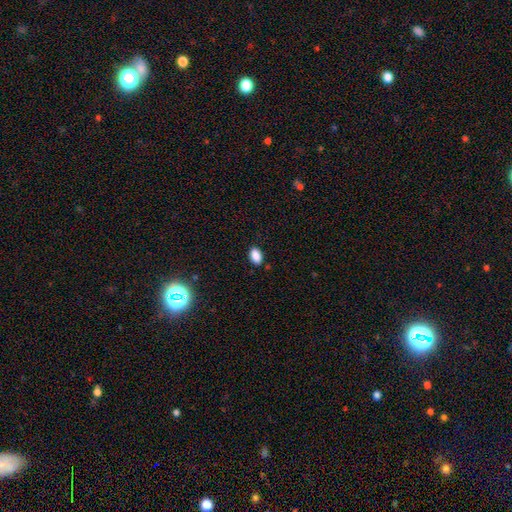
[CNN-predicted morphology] This appears to be a smooth galaxy with no disk features (88%) that is in between round and cigar-shaped (90%). Merging: none (86%).